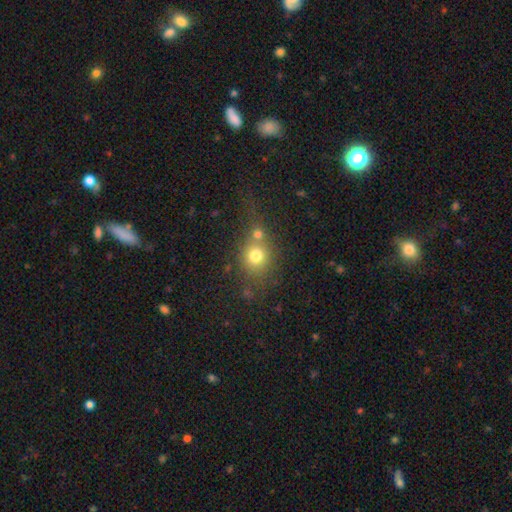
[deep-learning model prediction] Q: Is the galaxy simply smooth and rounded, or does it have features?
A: smooth — 74%.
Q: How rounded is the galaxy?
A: round — 78%.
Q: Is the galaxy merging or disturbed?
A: none — 43%.